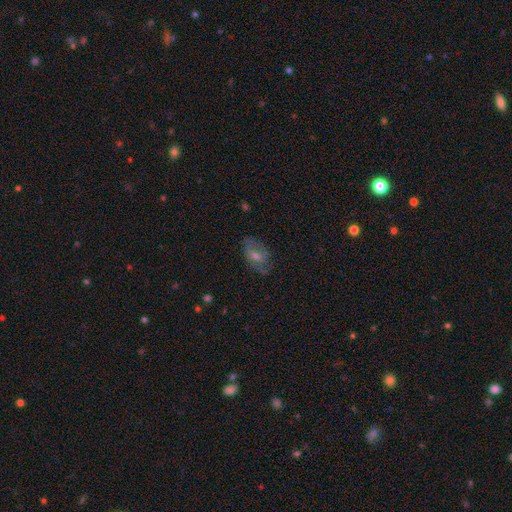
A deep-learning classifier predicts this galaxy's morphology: Overall: featured or disk (57%; smooth 30%). Edge-on disk: no (94%). Bar: no (52%; weak 39%). Spiral arms: yes (71%). Bulge size: moderate (55%; small 36%). Merging: none (68%).